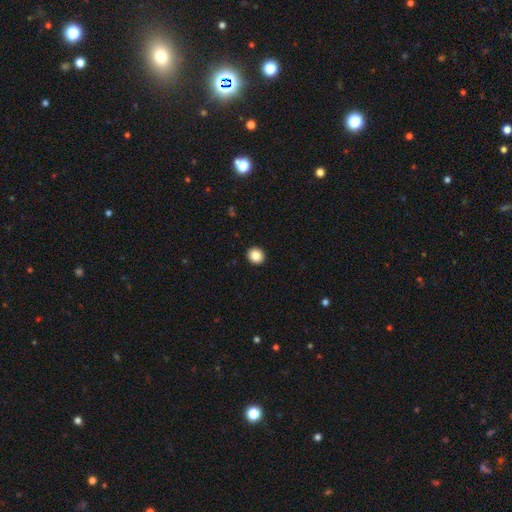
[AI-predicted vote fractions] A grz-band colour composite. It shows a smooth galaxy with no disk features (86%) that is round (84%). Merging: none (93%).